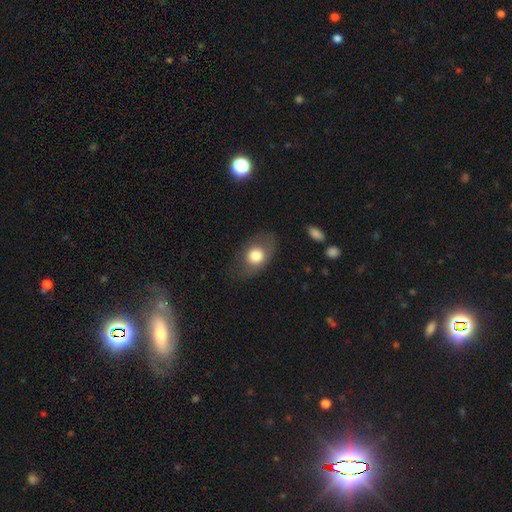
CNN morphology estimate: The model was most divided on "how rounded": in between: 69%, round: 29%, cigar-shaped: 2%. More confident: smooth or featured — smooth (72%); merging — none (71%).